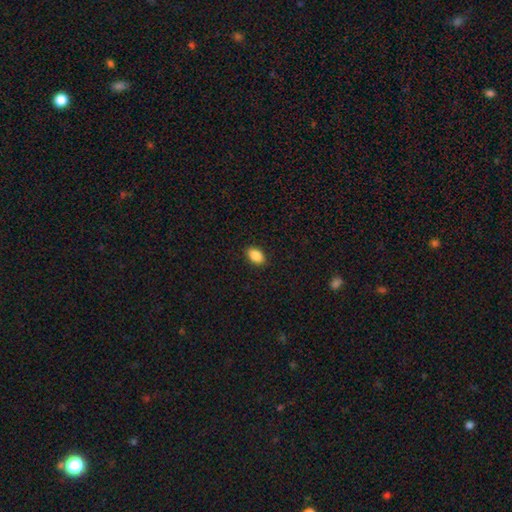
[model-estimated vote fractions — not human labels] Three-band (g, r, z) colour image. It shows a smooth galaxy with no disk features (88%) that is in between round and cigar-shaped (88%). Merging: none (90%).